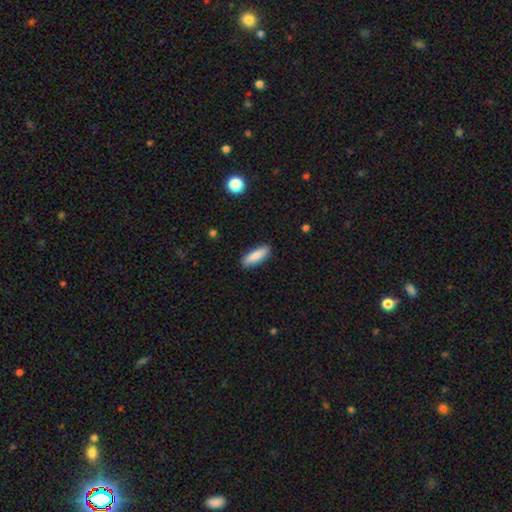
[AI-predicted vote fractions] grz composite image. It shows a smooth galaxy with no disk features (85%) that is cigar-shaped (50%). Merging: none (89%).